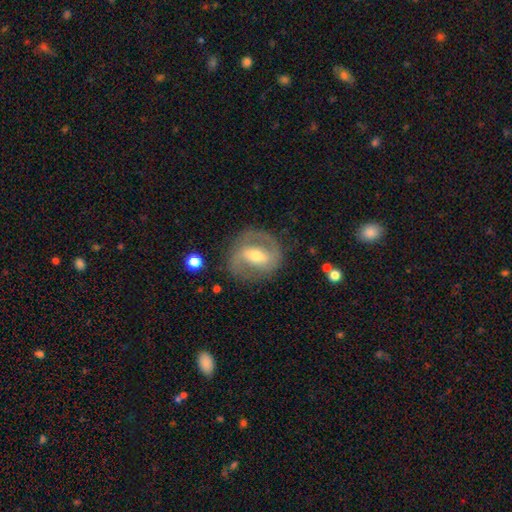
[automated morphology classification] A featured or disk galaxy (79%) with a strong bar (45%), 2 (86%) medium (50%) spiral arms (84%) and a moderate central bulge (61%).

Vote fractions:
- Smooth or featured? featured or disk: 79% / smooth: 16% / star or artifact: 6%
- Edge-on disk? no: 96% / yes: 4%
- Bar? strong: 45% / weak: 38% / no: 17%
- Spiral arms? yes: 84% / no: 16%
- Spiral winding? medium: 50% / tight: 31% / loose: 20%
- Spiral arm count? 2: 86% / can't tell: 7% / 1: 3% / 3: 1% / 4: 1% / more than 4: 1%
- Bulge size? moderate: 61% / small: 33% / large: 4% / none: 1% / dominant: 1%
- Merging? none: 80% / minor disturbance: 12% / major disturbance: 6% / merger: 2%